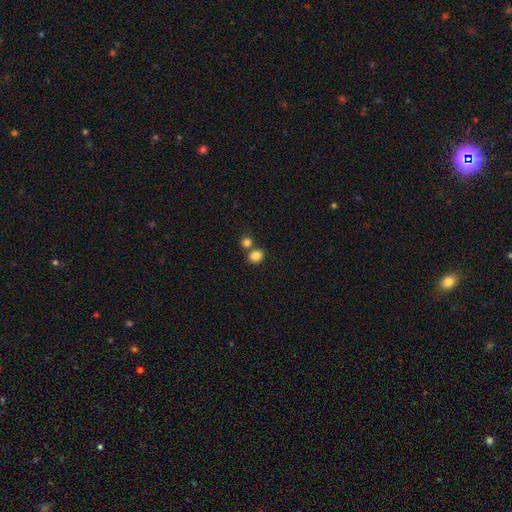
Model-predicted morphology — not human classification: Overall: smooth (85%). How rounded: round (72%). Merging: none (62%; merger 27%).